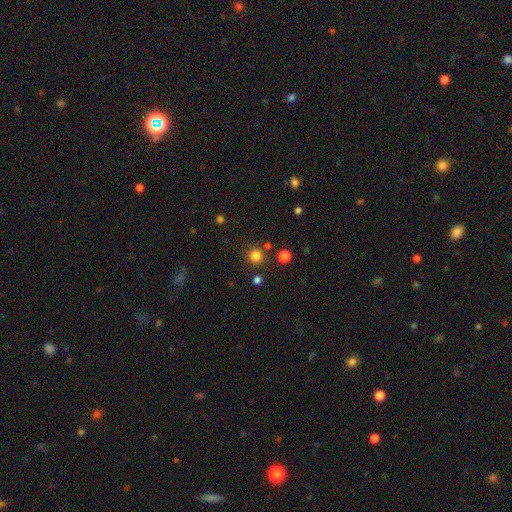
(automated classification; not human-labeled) smooth_or_featured: smooth (p=0.80) [alt: star or artifact p=0.15]
how_rounded: round (p=0.94) [alt: in between p=0.05]
merging: none (p=0.83) [alt: minor disturbance p=0.07]